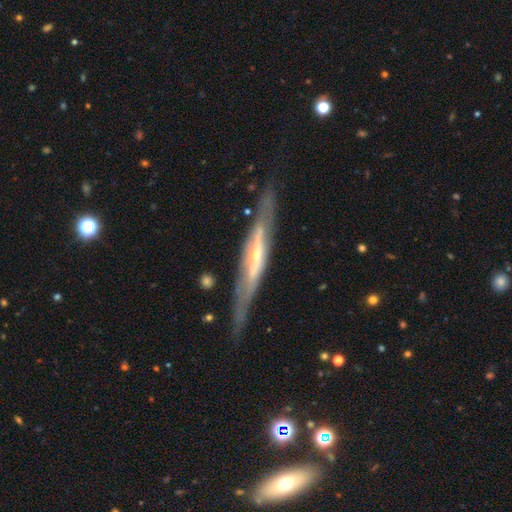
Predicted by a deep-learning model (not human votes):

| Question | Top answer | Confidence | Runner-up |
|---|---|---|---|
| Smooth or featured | featured or disk | 79% | smooth (15%) |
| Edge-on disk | yes | 85% | no (15%) |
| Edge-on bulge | rounded | 61% | none (28%) |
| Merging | none | 78% | minor disturbance (15%) |